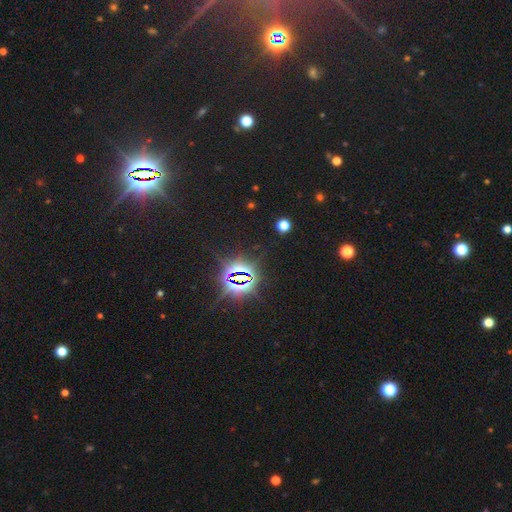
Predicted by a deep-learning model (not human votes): smooth_or_featured: star or artifact (p=0.83) [alt: smooth p=0.10]